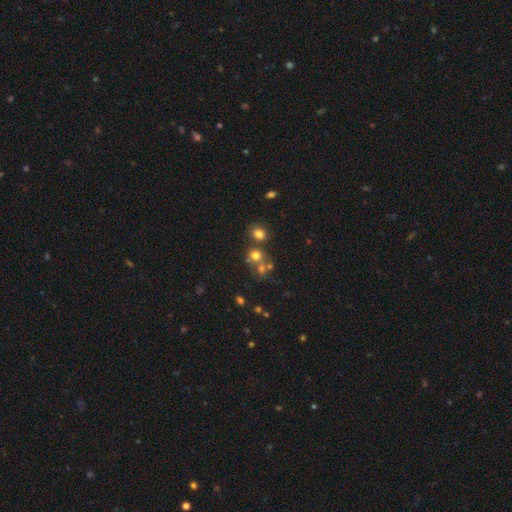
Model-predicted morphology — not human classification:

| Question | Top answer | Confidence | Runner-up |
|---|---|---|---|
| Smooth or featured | smooth | 66% | star or artifact (19%) |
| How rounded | round | 76% | in between (23%) |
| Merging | none | 49% | merger (37%) |